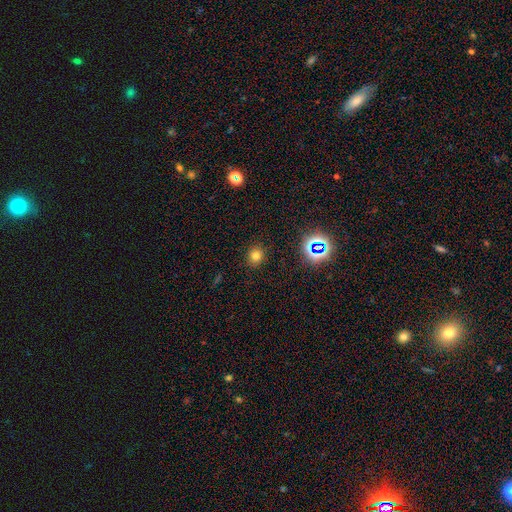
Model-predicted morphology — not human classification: Smooth or featured? smooth (74%)
How rounded? round (78%)
Merging? none (89%)